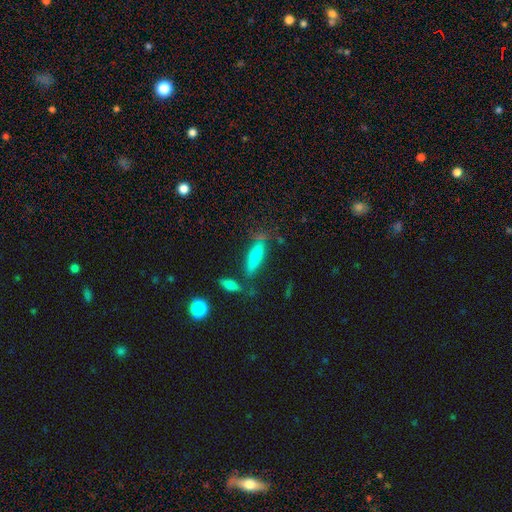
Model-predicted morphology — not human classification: smooth-or-featured: smooth: 61% | featured or disk: 31% | star or artifact: 8%
  how-rounded: cigar-shaped: 64% | in between: 34% | round: 2%
  merging: none: 65% | minor disturbance: 18% | merger: 11% | major disturbance: 7%